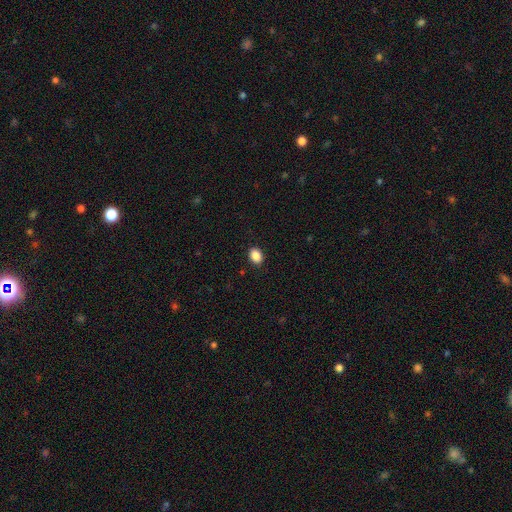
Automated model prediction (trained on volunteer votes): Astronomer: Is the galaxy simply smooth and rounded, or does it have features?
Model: smooth — 88%.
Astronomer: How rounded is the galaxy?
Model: in between — 70%.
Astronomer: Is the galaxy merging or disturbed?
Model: none — 89%.